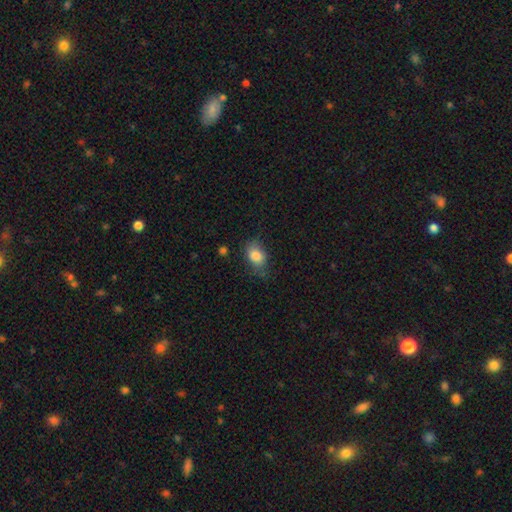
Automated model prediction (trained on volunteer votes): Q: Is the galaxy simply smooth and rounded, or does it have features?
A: smooth — 83%.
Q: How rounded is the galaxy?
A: in between — 78%.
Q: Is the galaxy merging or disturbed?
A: none — 63%.